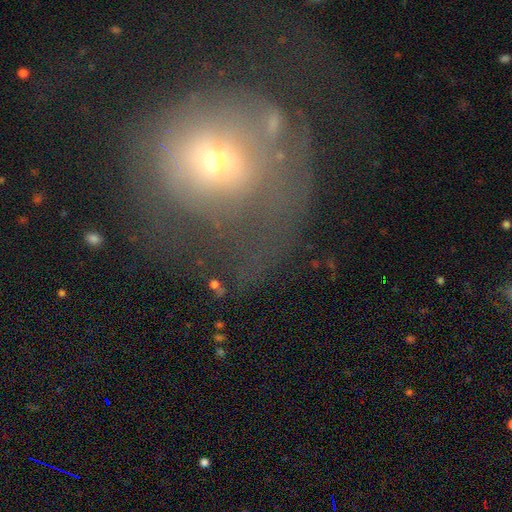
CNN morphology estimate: smooth-or-featured: smooth: 46% | featured or disk: 35% | star or artifact: 19%
  merging: major disturbance: 46% | none: 32% | minor disturbance: 17% | merger: 5%